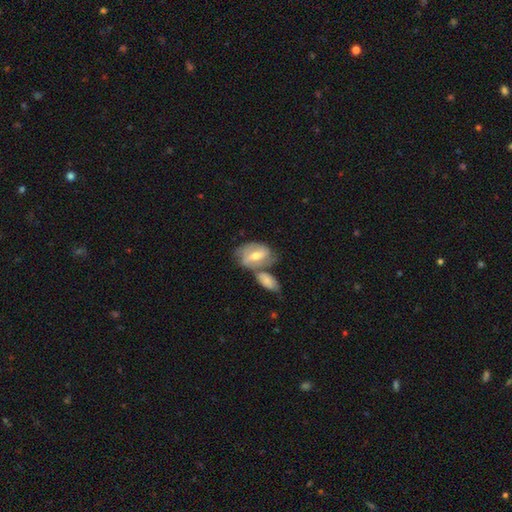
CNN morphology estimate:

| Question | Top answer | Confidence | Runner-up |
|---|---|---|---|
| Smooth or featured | featured or disk | 54% | smooth (40%) |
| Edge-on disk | no | 93% | yes (7%) |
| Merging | merger | 40% | none (37%) |